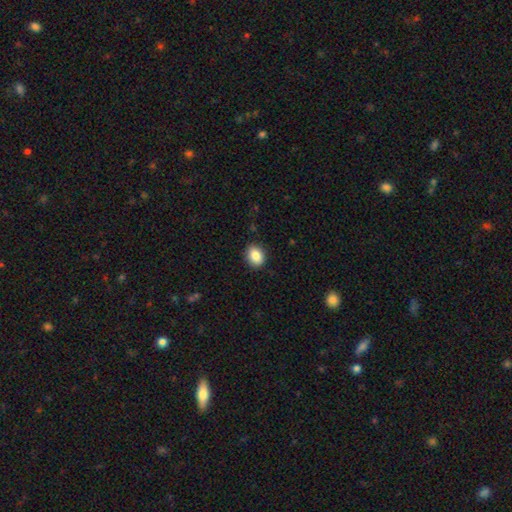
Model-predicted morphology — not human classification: Smooth or featured?
  - smooth: 87% *
  - star or artifact: 8%
  - featured or disk: 5%
How rounded?
  - in between: 61% *
  - round: 38%
  - cigar-shaped: 1%
Merging?
  - none: 89% *
  - minor disturbance: 8%
  - major disturbance: 2%
  - merger: 1%